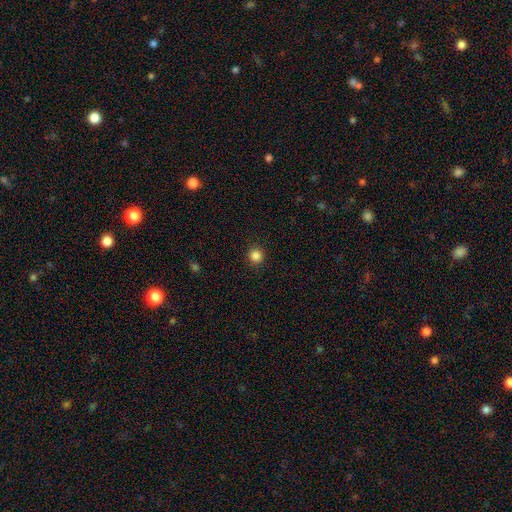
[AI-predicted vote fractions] Smooth or featured: smooth — 85% (star or artifact — 11%)
How rounded: round — 95% (in between — 4%)
Merging: none — 92% (minor disturbance — 5%)